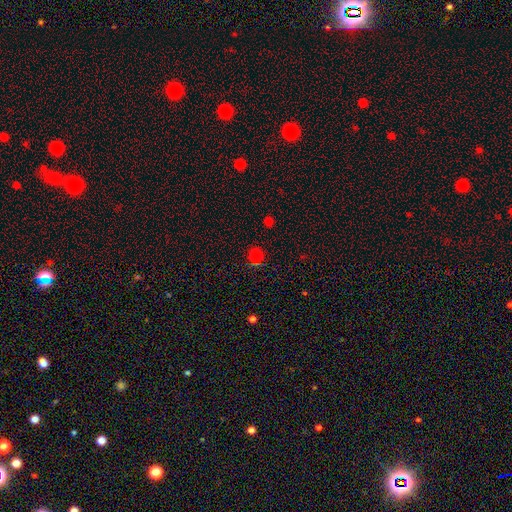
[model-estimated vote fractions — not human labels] Morphology: type=smooth (71%); roundness=round (87%); merging=none (79%).